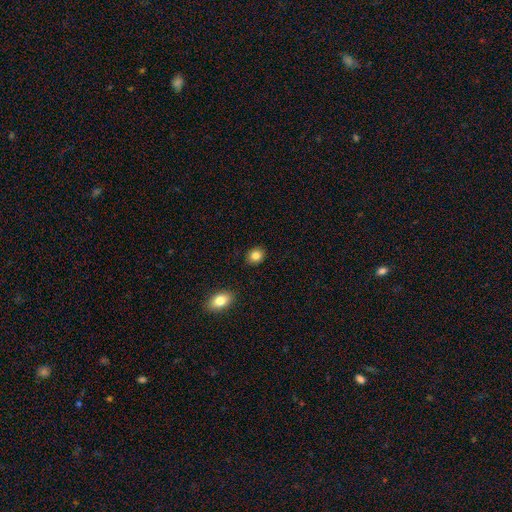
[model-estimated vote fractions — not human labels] This appears to be a smooth galaxy with no disk features (84%) that is round (62%). Merging: none (89%).